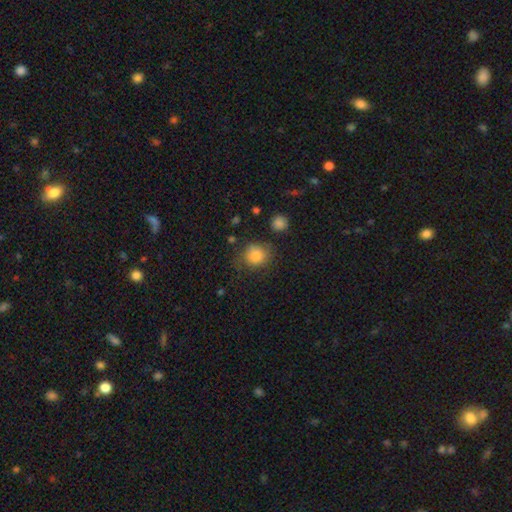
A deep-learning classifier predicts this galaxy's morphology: smooth 84%, star or artifact 10%, featured or disk 6%. Down the decision tree: how rounded — round (78%); merging — none (69%).